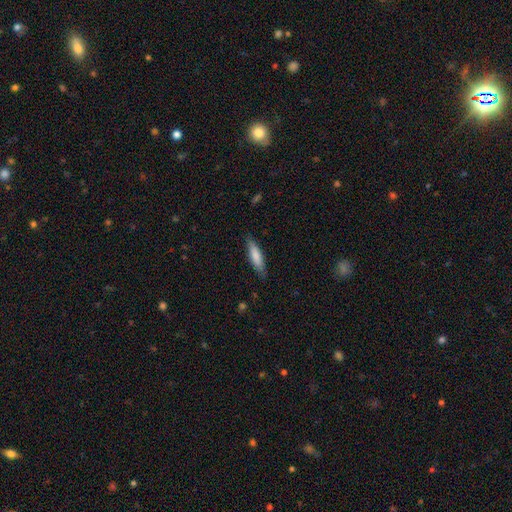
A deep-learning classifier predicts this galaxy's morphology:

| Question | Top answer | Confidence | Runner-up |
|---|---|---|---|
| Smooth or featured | smooth | 78% | featured or disk (17%) |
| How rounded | cigar-shaped | 69% | in between (30%) |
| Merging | none | 82% | minor disturbance (14%) |